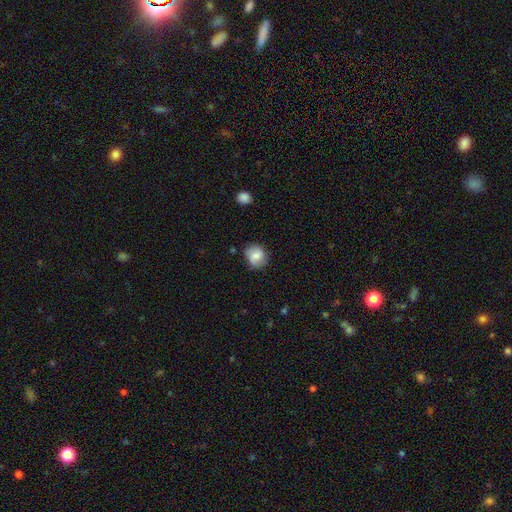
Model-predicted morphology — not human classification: Q: Smooth or featured?
A: smooth (73%); runner-up: featured or disk (19%)
Q: How rounded?
A: round (78%); runner-up: in between (21%)
Q: Merging?
A: none (75%); runner-up: minor disturbance (18%)